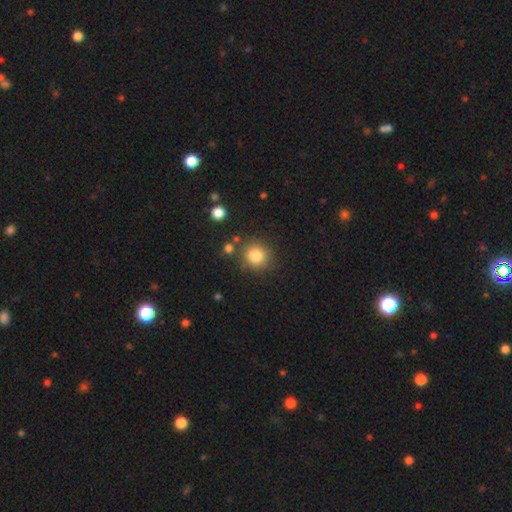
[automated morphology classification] smooth-or-featured: smooth: 83% | star or artifact: 11% | featured or disk: 6%
  how-rounded: round: 88% | in between: 11% | cigar-shaped: 1%
  merging: none: 81% | minor disturbance: 9% | merger: 6% | major disturbance: 3%